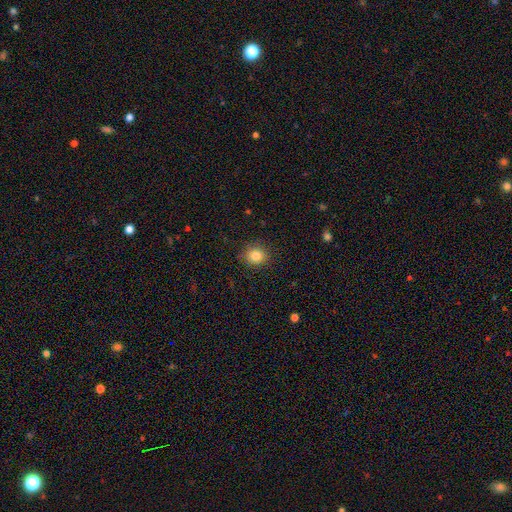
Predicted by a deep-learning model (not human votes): This is clearly a smooth galaxy (83%). How rounded: clearly round (81%). Merging: clearly none (87%).